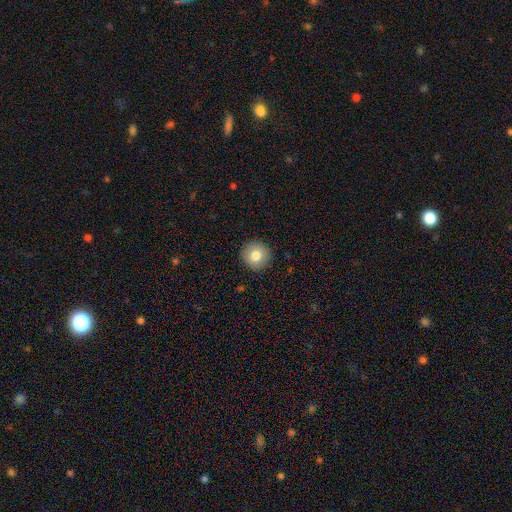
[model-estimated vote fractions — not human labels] Smooth or featured? smooth (81%)
How rounded? round (94%)
Merging? none (92%)